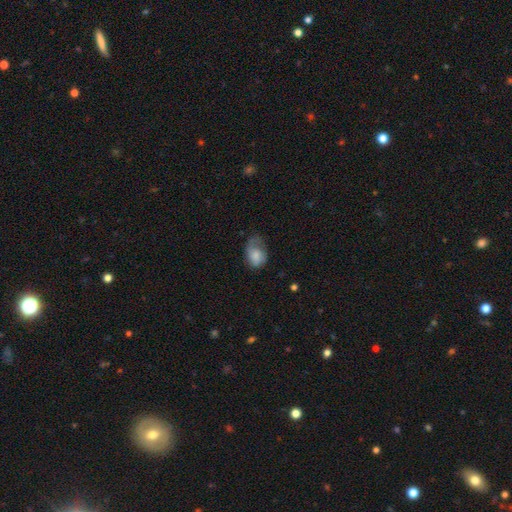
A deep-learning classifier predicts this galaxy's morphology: Smooth or featured?
  - smooth: 74% *
  - featured or disk: 18%
  - star or artifact: 8%
How rounded?
  - in between: 81% *
  - round: 18%
  - cigar-shaped: 1%
Merging?
  - minor disturbance: 36% *
  - none: 32%
  - major disturbance: 30%
  - merger: 2%